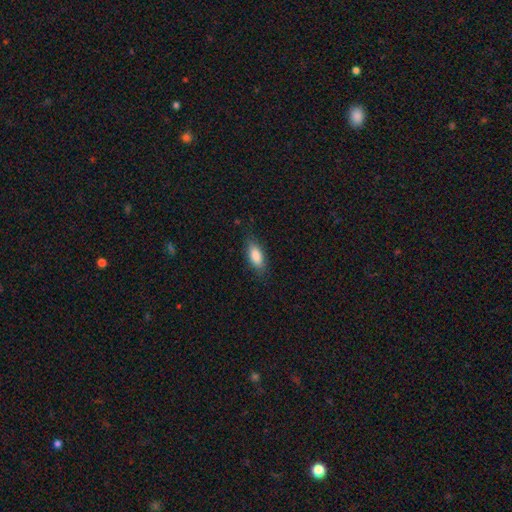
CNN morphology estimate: Q: Smooth or featured?
A: smooth (84%); runner-up: featured or disk (9%)
Q: How rounded?
A: in between (81%); runner-up: cigar-shaped (16%)
Q: Merging?
A: none (80%); runner-up: minor disturbance (15%)